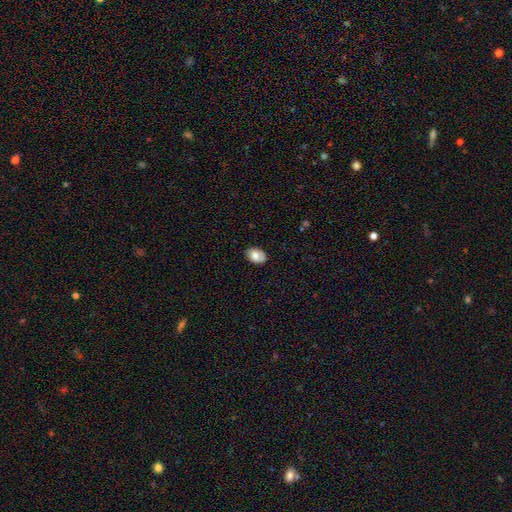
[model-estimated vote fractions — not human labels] This is likely a smooth galaxy (74%). How rounded: likely in between (75%). Merging: likely none (77%).